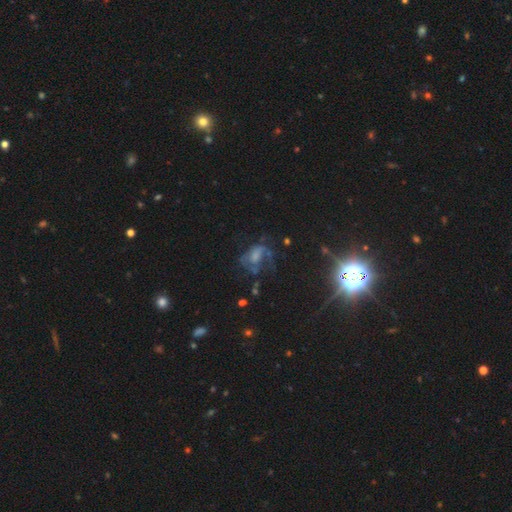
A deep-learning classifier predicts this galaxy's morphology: Smooth or featured?
  - featured or disk: 54% *
  - smooth: 24%
  - star or artifact: 22%
Edge-on disk?
  - no: 96% *
  - yes: 4%
Bar?
  - no: 66% *
  - weak: 27%
  - strong: 7%
Spiral arms?
  - yes: 61% *
  - no: 39%
Bulge size?
  - moderate: 31% *
  - none: 27%
  - small: 24%
  - large: 15%
  - dominant: 3%
Merging?
  - major disturbance: 41% *
  - none: 35%
  - minor disturbance: 19%
  - merger: 4%